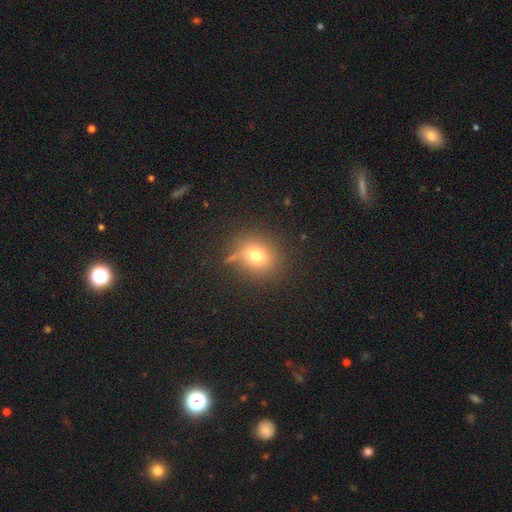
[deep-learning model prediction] This appears to be a smooth galaxy with no disk features (71%) that is round (73%). Merging: none (74%).